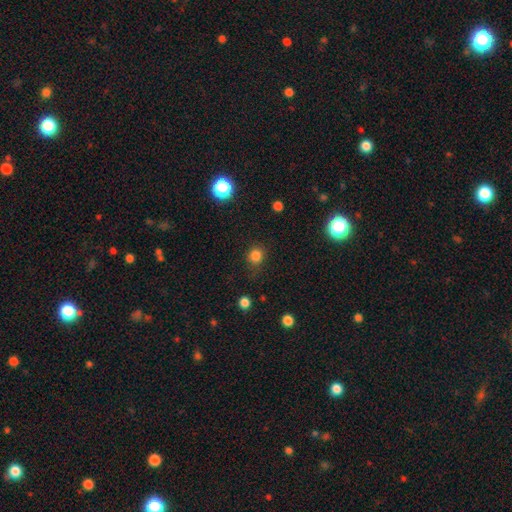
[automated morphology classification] Q: Smooth or featured?
A: smooth (82%); runner-up: star or artifact (14%)
Q: How rounded?
A: round (87%); runner-up: in between (12%)
Q: Merging?
A: none (80%); runner-up: minor disturbance (14%)